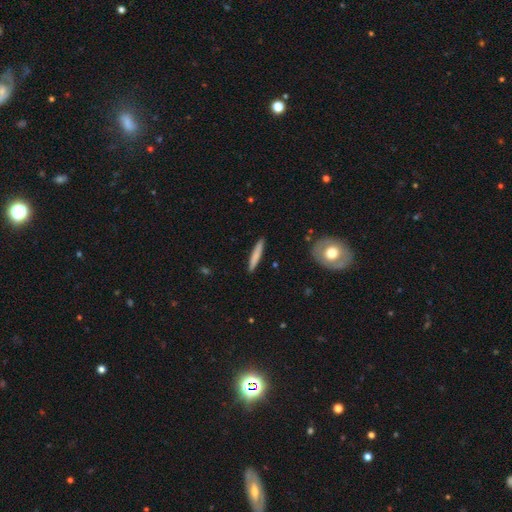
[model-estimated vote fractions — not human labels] The model was most divided on "smooth or featured": smooth: 74%, featured or disk: 21%, star or artifact: 6%. More confident: how rounded — cigar-shaped (94%); merging — none (90%).